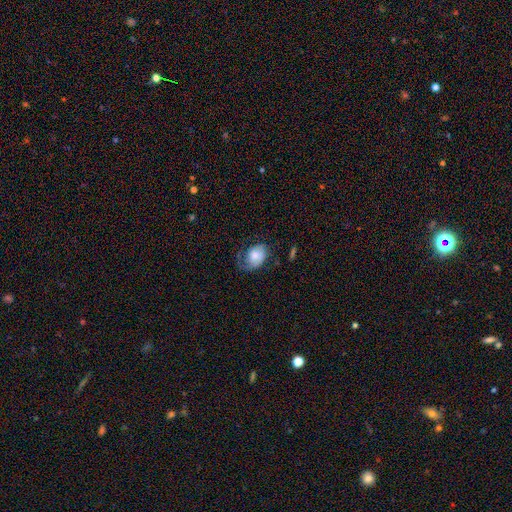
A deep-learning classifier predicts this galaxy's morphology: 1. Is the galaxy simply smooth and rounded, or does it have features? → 52% smooth, 41% featured or disk, 8% star or artifact.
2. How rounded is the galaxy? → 73% in between, 26% round, 1% cigar-shaped.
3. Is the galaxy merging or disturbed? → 38% none, 30% major disturbance, 30% minor disturbance, 2% merger.